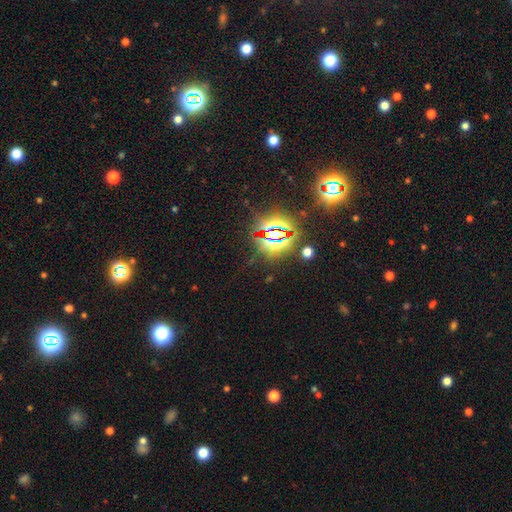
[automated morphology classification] This is clearly a star or artifact rather than a galaxy (83%).